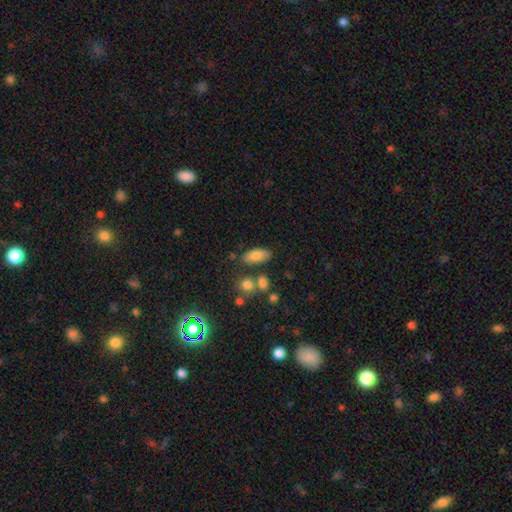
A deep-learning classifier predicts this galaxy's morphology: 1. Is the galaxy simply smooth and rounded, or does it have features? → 79% smooth, 12% featured or disk, 9% star or artifact.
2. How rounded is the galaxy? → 87% in between, 9% cigar-shaped, 4% round.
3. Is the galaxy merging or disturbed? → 71% none, 15% minor disturbance, 10% merger, 4% major disturbance.